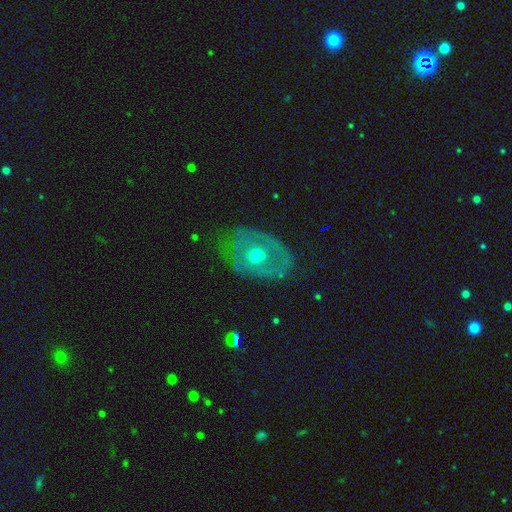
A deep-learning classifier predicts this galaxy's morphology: A featured or disk galaxy (60%) with no bar (87%), no spiral arms (73%) and a moderate central bulge (57%). Merging: none (40%).